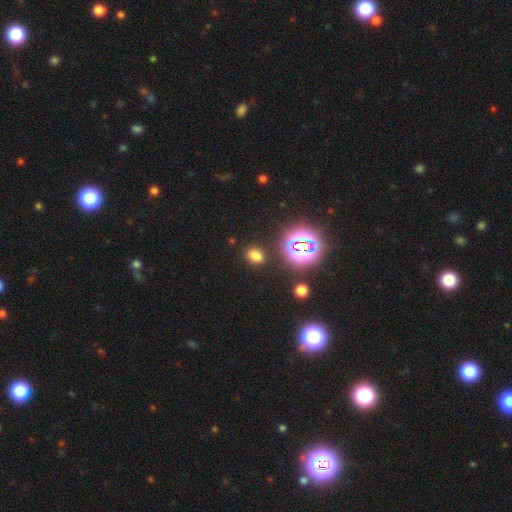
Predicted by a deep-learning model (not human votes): This appears to be a smooth galaxy with no disk features (68%) that is in between round and cigar-shaped (62%). Merging: none (83%).